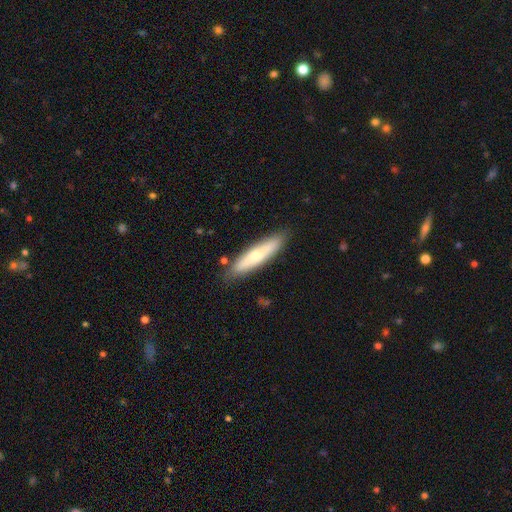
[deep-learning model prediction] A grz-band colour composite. It shows a smooth galaxy with no disk features (61%) that is cigar-shaped (79%). Merging: none (85%).